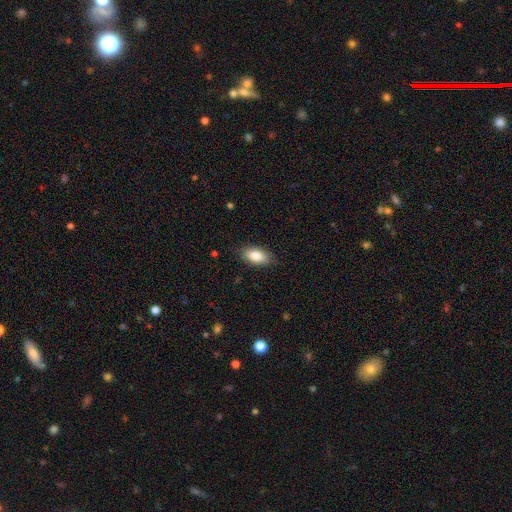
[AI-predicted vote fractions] Morphology: type=smooth (85%); roundness=in between (92%); merging=none (84%).